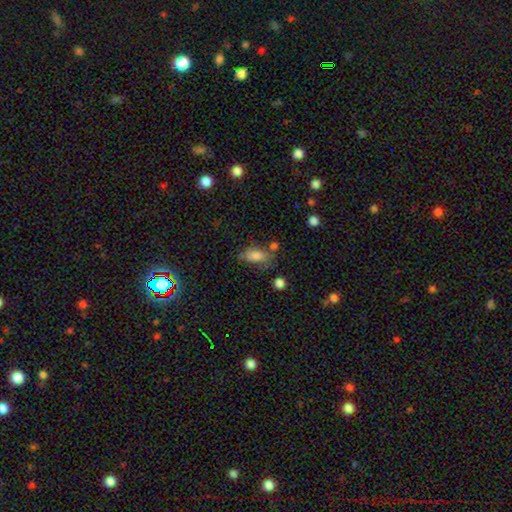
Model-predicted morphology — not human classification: Overall: smooth (78%). How rounded: in between (85%). Merging: none (51%; minor disturbance 27%).